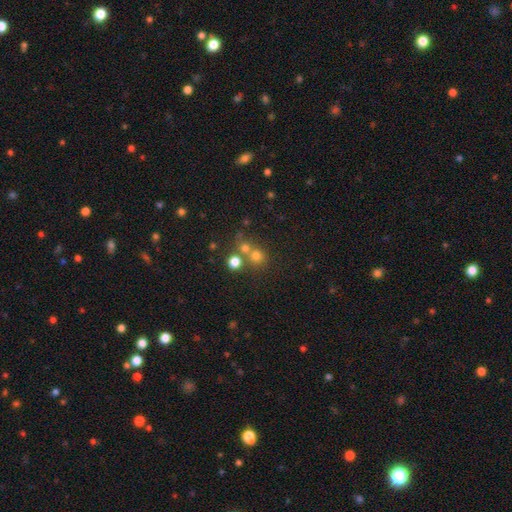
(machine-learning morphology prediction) Smooth or featured? Predicted: smooth (p=0.67). How rounded? Predicted: round (p=0.88). Merging? Predicted: none (p=0.56).